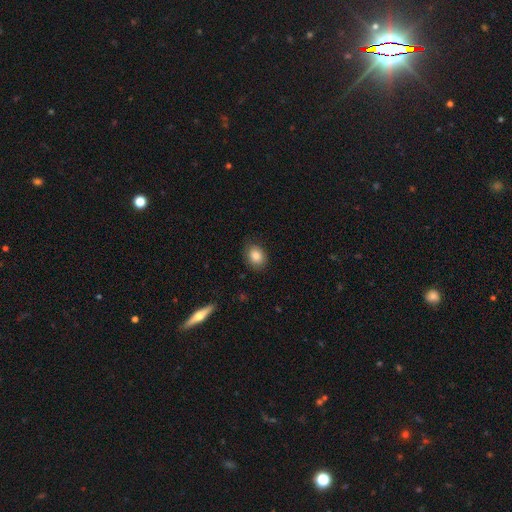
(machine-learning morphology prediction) Smooth or featured?
  - smooth: 86% *
  - star or artifact: 8%
  - featured or disk: 6%
How rounded?
  - in between: 58% *
  - round: 41%
  - cigar-shaped: 1%
Merging?
  - none: 83% *
  - minor disturbance: 13%
  - major disturbance: 3%
  - merger: 1%